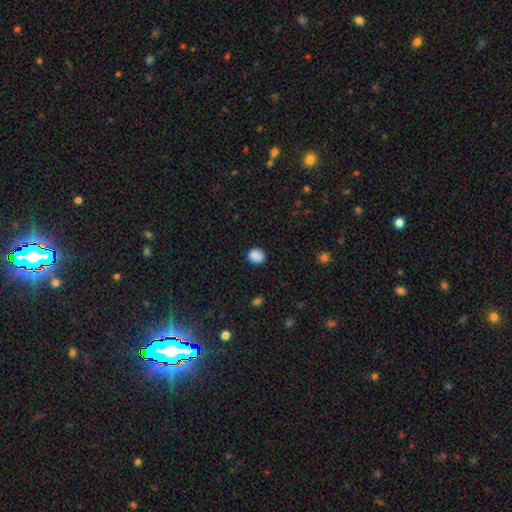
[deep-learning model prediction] Morphology: type=smooth (88%); roundness=round (69%); merging=none (86%).